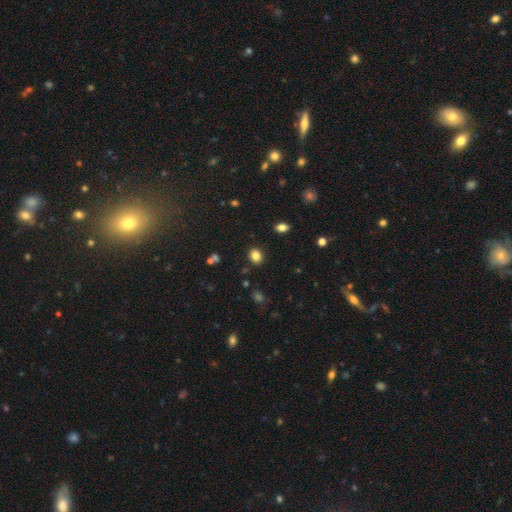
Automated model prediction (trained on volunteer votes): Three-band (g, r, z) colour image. It shows a smooth galaxy with no disk features (83%) that is in between round and cigar-shaped (50%). Merging: none (87%).